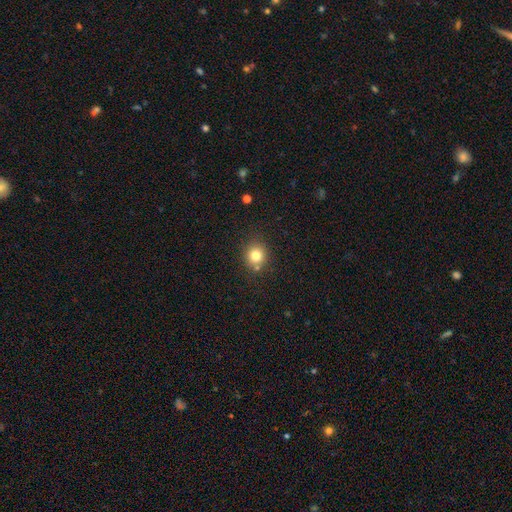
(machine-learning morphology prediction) Smooth or featured? smooth (79%)
How rounded? round (88%)
Merging? none (80%)